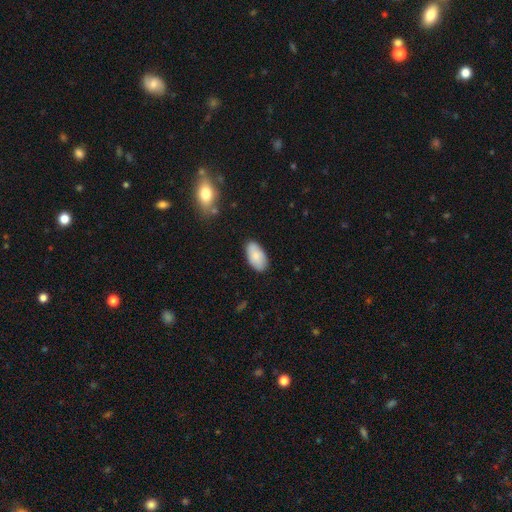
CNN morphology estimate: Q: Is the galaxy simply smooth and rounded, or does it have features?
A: smooth — 83%.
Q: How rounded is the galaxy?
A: in between — 95%.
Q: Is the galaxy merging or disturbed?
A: none — 83%.